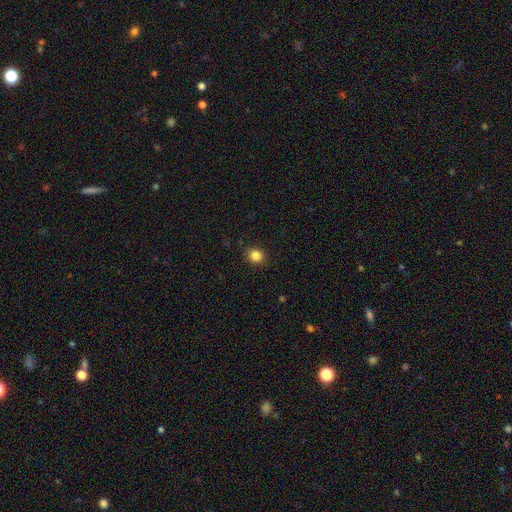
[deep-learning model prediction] smooth_or_featured: smooth (p=0.85) [alt: star or artifact p=0.11]
how_rounded: round (p=0.78) [alt: in between p=0.21]
merging: none (p=0.90) [alt: minor disturbance p=0.07]